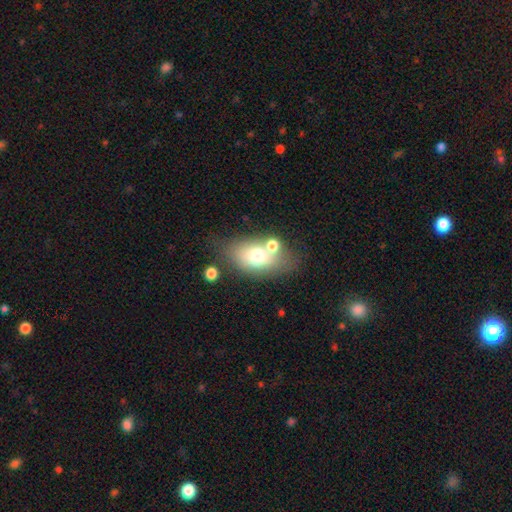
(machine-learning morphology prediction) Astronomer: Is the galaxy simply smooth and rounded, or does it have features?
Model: smooth — 67%.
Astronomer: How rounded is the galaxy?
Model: in between — 81%.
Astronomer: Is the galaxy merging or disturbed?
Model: none — 53%.